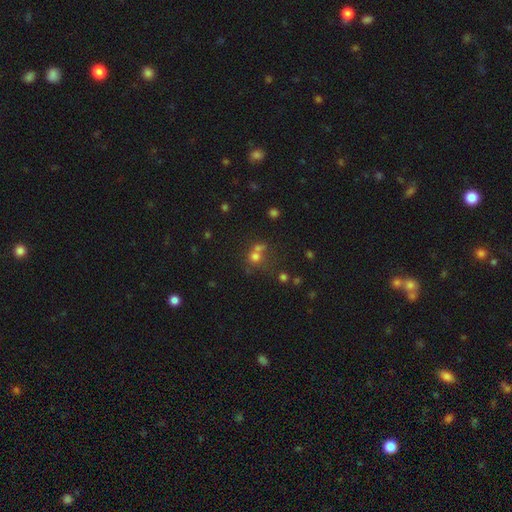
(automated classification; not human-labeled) smooth-or-featured: smooth: 64% | star or artifact: 23% | featured or disk: 13%
  how-rounded: round: 81% | in between: 17% | cigar-shaped: 1%
  merging: none: 44% | merger: 41% | minor disturbance: 9% | major disturbance: 6%